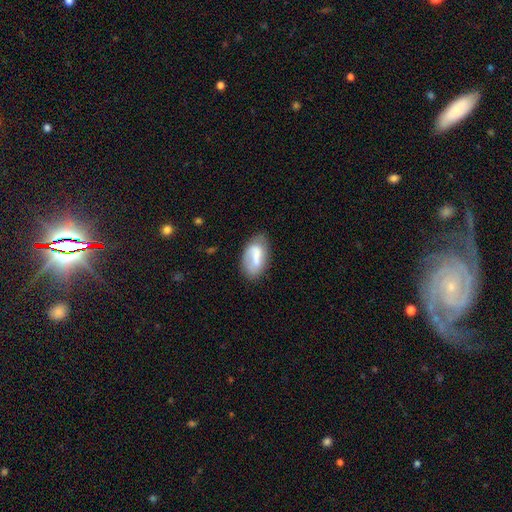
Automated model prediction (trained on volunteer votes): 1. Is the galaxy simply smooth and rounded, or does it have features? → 62% smooth, 31% featured or disk, 7% star or artifact.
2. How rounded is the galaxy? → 92% in between, 5% round, 4% cigar-shaped.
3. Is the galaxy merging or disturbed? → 61% none, 25% minor disturbance, 10% major disturbance, 4% merger.